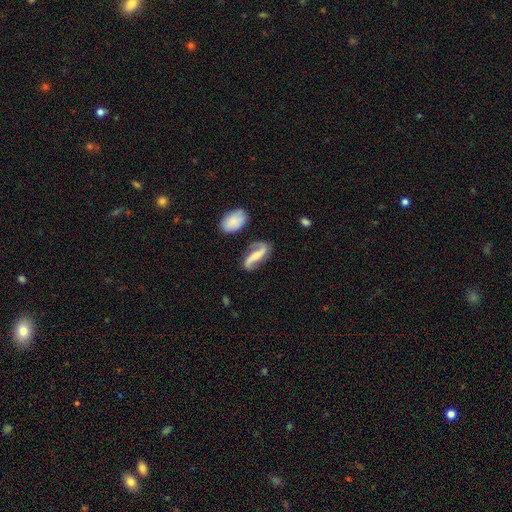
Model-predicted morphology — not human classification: Smooth or featured? featured or disk (82%)
Edge-on disk? no (92%)
Bar? strong (39%)
Spiral arms? yes (95%)
Spiral winding? loose (67%)
Spiral arm count? 2 (92%)
Bulge size? small (43%)
Merging? none (73%)